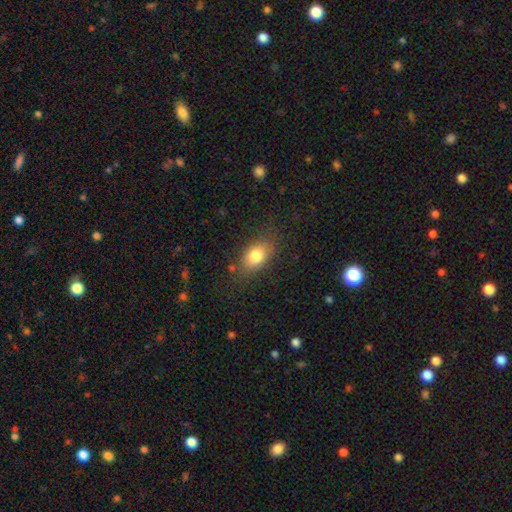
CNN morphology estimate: type=smooth (79%); roundness=in between (81%); merging=none (77%).